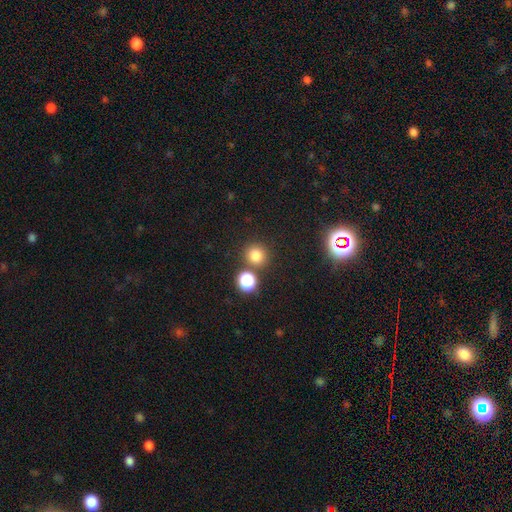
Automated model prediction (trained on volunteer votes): This appears to be a smooth galaxy with no disk features (78%) that is round (90%). Merging: none (78%).